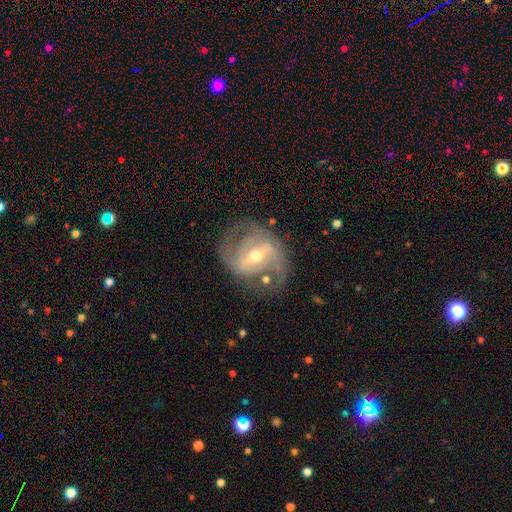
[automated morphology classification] Overall: featured or disk (86%). Edge-on disk: no (96%). Bar: strong (49%; weak 38%). Spiral arms: yes (90%). Spiral arm count: 2 (73%). Spiral winding: medium (49%; tight 26%). Bulge size: moderate (62%; small 33%). Merging: none (65%).